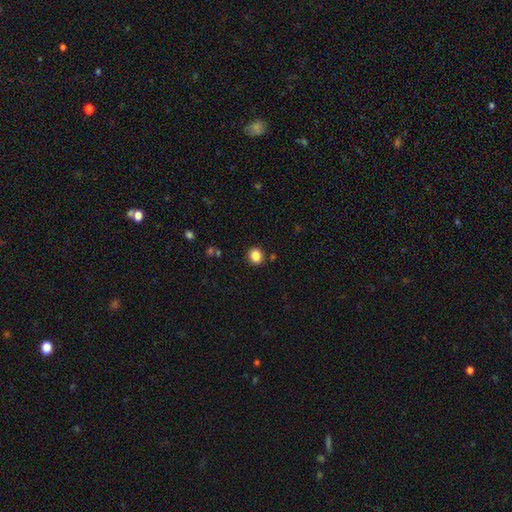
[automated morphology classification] smooth 85%, star or artifact 10%, featured or disk 4%. Down the decision tree: how rounded — round (68%); merging — none (89%).